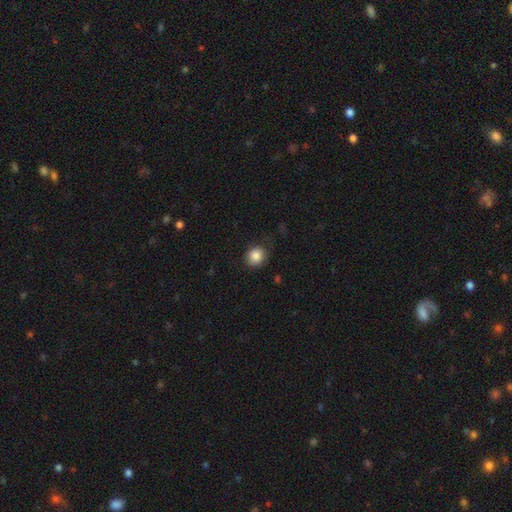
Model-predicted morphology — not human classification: This is clearly a smooth galaxy (86%). How rounded: likely round (74%). Merging: clearly none (80%).